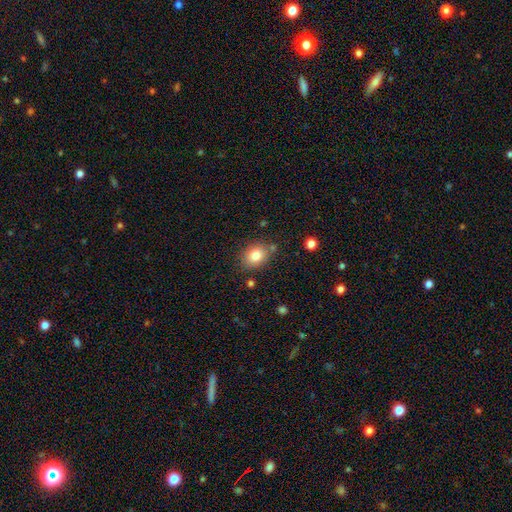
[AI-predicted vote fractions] Smooth or featured? smooth (82%)
How rounded? in between (61%)
Merging? none (78%)